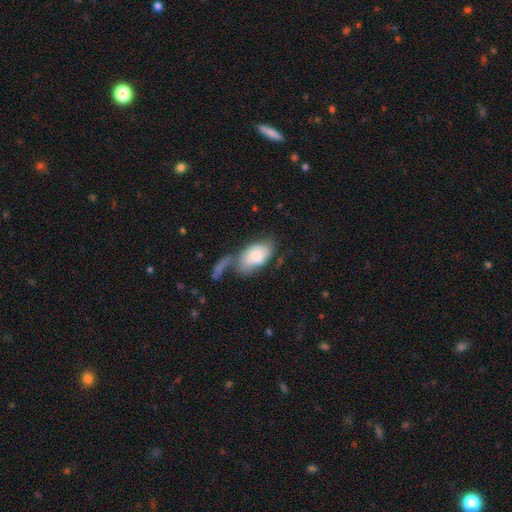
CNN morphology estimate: type=smooth (73%); roundness=in between (93%); merging=major disturbance (29%).